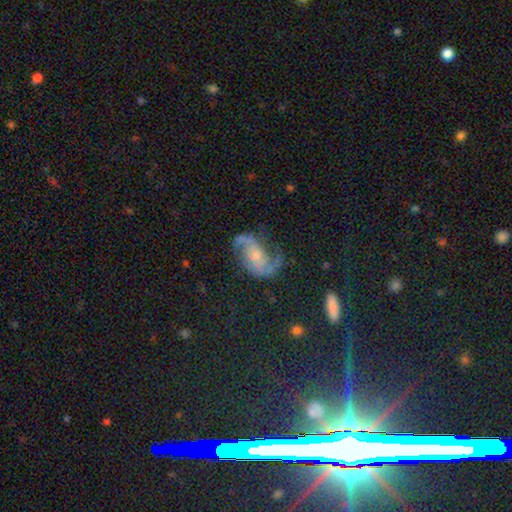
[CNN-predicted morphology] smooth-or-featured: featured or disk: 78% | star or artifact: 12% | smooth: 11%
  disk-edge-on: no: 97% | yes: 3%
    bar: no: 64% | weak: 28% | strong: 8%
    has-spiral-arms: yes: 95% | no: 5%
      spiral-winding: medium: 44% | loose: 40% | tight: 16%
      spiral-arm-count: 2: 85% | can't tell: 6% | 1: 4% | 3: 3% | 4: 2% | more than 4: 2%
    bulge-size: small: 56% | moderate: 32% | none: 8% | large: 4% | dominant: 2%
  merging: none: 58% | minor disturbance: 21% | major disturbance: 18% | merger: 3%